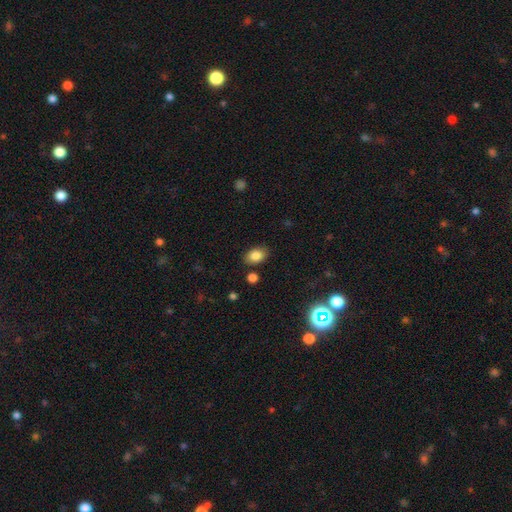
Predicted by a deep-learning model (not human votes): smooth-or-featured: smooth: 84% | star or artifact: 9% | featured or disk: 7%
  how-rounded: in between: 83% | round: 16% | cigar-shaped: 1%
  merging: none: 82% | minor disturbance: 11% | merger: 4% | major disturbance: 3%